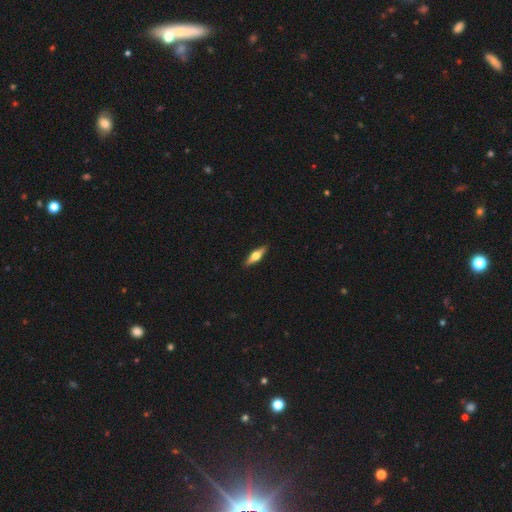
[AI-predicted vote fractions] Morphology: type=featured or disk (55%); edge-on=yes (94%); edge-on bulge=rounded (95%); merging=none (91%).